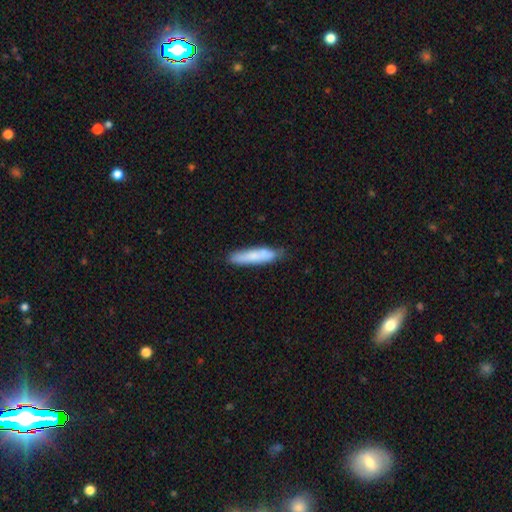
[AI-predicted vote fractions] Morphology: type=smooth (75%); roundness=cigar-shaped (82%); merging=none (76%).